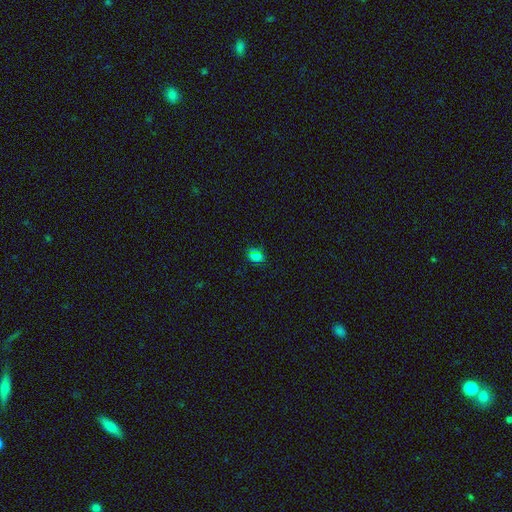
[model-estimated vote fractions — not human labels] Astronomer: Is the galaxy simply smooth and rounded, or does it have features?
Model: smooth — 77%.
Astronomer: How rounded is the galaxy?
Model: in between — 69%.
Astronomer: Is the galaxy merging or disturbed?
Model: none — 79%.